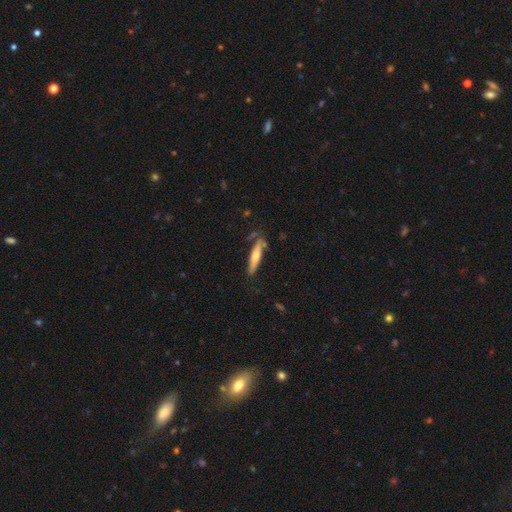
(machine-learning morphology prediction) Q: Smooth or featured?
A: smooth (56%); runner-up: featured or disk (38%)
Q: How rounded?
A: cigar-shaped (84%); runner-up: in between (15%)
Q: Merging?
A: none (70%); runner-up: minor disturbance (18%)